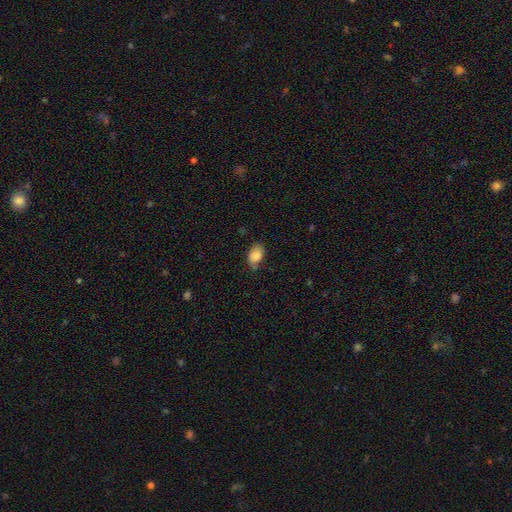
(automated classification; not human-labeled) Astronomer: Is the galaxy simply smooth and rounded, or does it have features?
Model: smooth — 85%.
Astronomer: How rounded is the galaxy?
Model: in between — 86%.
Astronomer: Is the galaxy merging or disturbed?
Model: none — 65%.